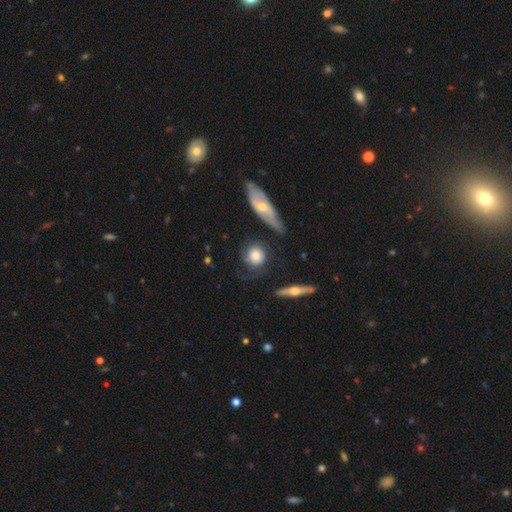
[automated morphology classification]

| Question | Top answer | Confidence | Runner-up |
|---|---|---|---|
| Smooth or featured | smooth | 59% | featured or disk (33%) |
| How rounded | round | 78% | in between (18%) |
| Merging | none | 59% | minor disturbance (23%) |